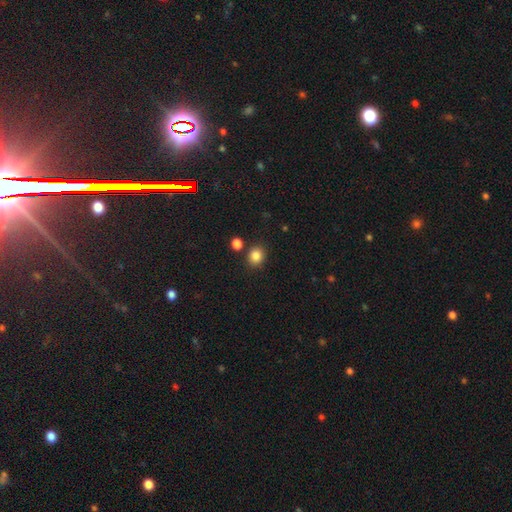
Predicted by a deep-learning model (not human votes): Morphology: type=smooth (85%); roundness=round (74%); merging=none (82%).